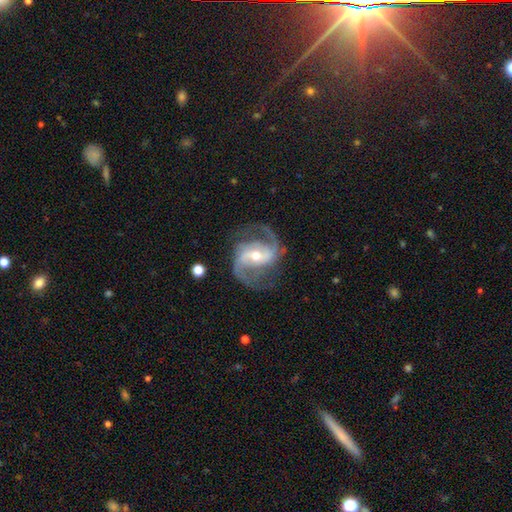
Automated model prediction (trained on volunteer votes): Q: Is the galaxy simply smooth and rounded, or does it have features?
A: featured or disk — 91%.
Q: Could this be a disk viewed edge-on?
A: no — 98%.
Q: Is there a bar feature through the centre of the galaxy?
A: weak — 39%.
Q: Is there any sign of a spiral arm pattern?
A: yes — 98%.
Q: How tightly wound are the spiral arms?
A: medium — 56%.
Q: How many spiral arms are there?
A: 2 — 88%.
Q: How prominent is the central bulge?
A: moderate — 56%.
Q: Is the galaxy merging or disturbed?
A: none — 76%.